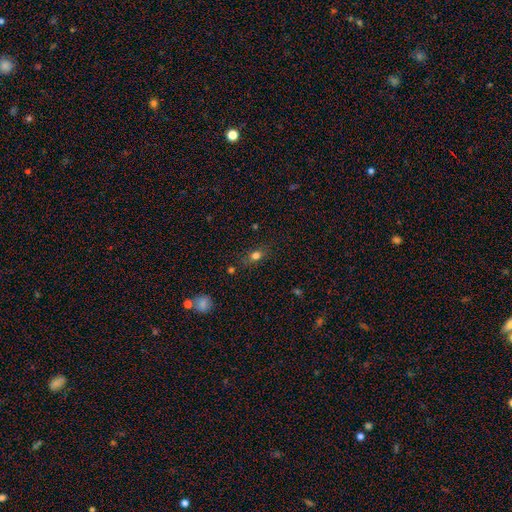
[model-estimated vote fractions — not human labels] Smooth or featured: smooth — 74% (star or artifact — 15%)
How rounded: in between — 58% (round — 35%)
Merging: none — 78% (minor disturbance — 15%)